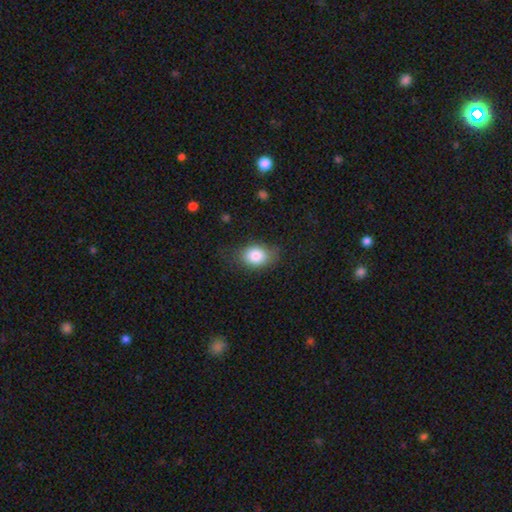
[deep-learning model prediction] This appears to be a smooth galaxy with no disk features (83%) that is in between round and cigar-shaped (68%). Merging: none (70%).